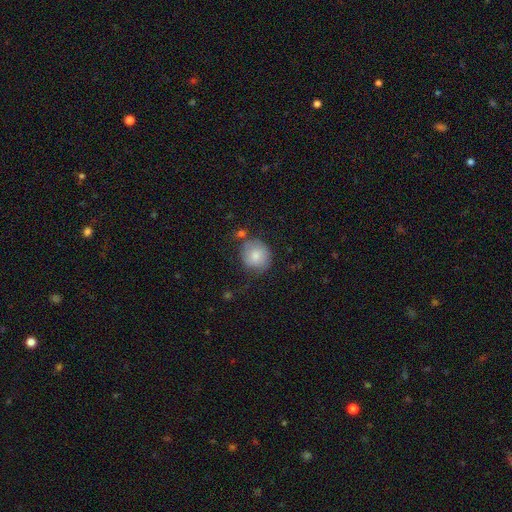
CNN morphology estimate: The model was most divided on "merging": none: 62%, minor disturbance: 23%, major disturbance: 8%, merger: 7%. More confident: how rounded — round (84%); smooth or featured — smooth (80%).